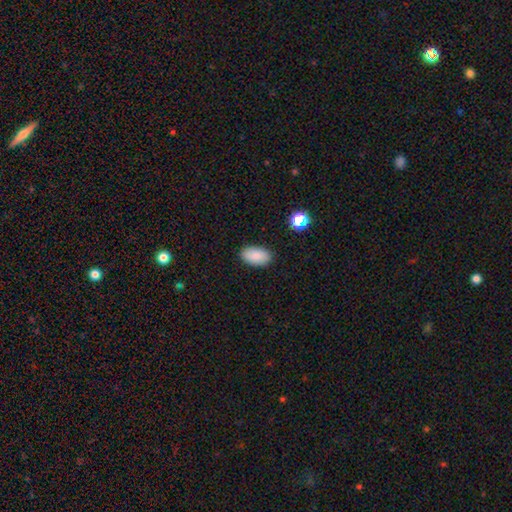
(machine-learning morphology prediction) Smooth or featured: smooth — 87% (star or artifact — 7%)
How rounded: in between — 94% (round — 4%)
Merging: none — 88% (minor disturbance — 8%)